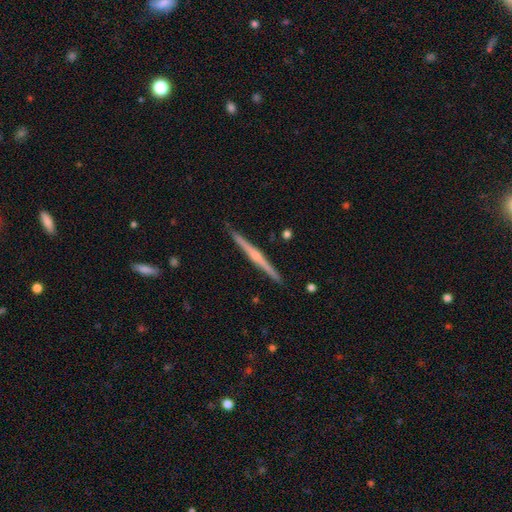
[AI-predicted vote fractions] Smooth or featured: featured or disk — 74% (smooth — 21%)
Edge-on disk: yes — 98% (no — 2%)
Edge-on bulge: rounded — 65% (none — 26%)
Merging: none — 92% (minor disturbance — 6%)